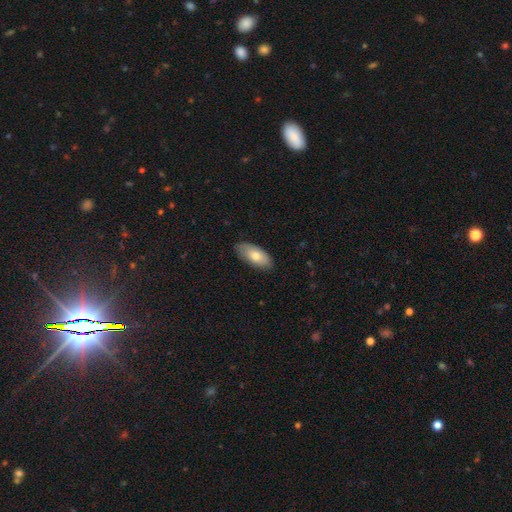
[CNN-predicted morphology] type=smooth (73%); roundness=in between (90%); merging=none (85%).